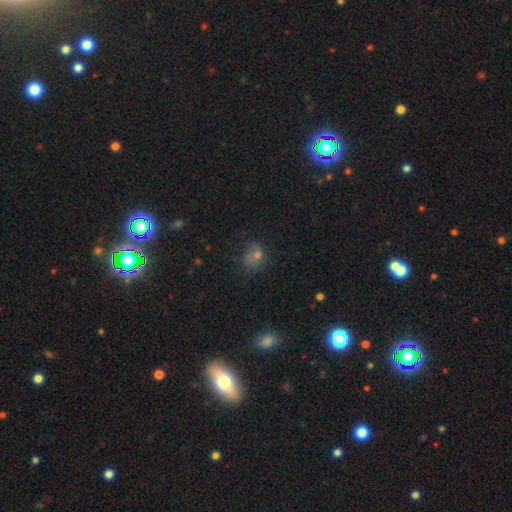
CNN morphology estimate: This appears to be a smooth galaxy with no disk features (55%) that is round (70%). Merging: none (66%).